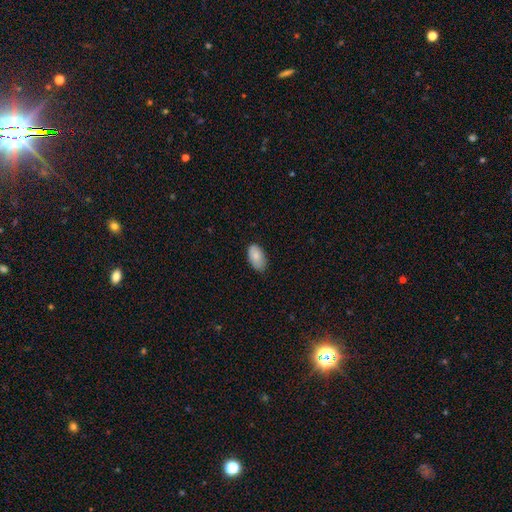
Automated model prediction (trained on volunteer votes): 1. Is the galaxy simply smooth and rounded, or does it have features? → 84% smooth, 9% featured or disk, 7% star or artifact.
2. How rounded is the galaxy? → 94% in between, 4% round, 2% cigar-shaped.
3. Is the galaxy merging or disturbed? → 74% none, 22% minor disturbance, 3% major disturbance, 1% merger.